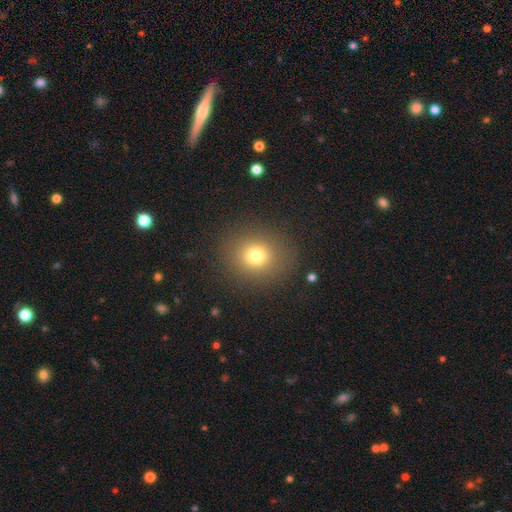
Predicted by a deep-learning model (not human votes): Morphology: type=smooth (74%); roundness=round (80%); merging=none (87%).